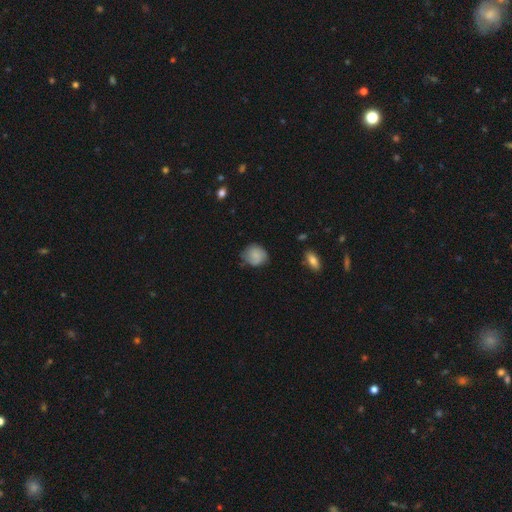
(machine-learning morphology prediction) This appears to be a smooth galaxy with no disk features (77%) that is round (76%). Merging: none (67%).